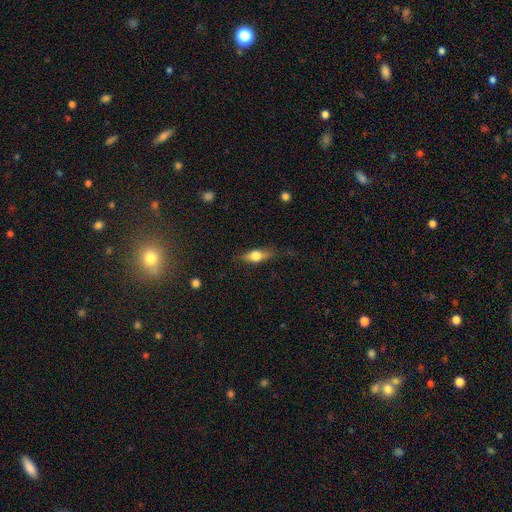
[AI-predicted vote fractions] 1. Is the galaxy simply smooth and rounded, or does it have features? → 57% smooth, 36% featured or disk, 7% star or artifact.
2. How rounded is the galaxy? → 61% in between, 33% cigar-shaped, 6% round.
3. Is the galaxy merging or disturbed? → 77% none, 18% minor disturbance, 5% major disturbance, 1% merger.